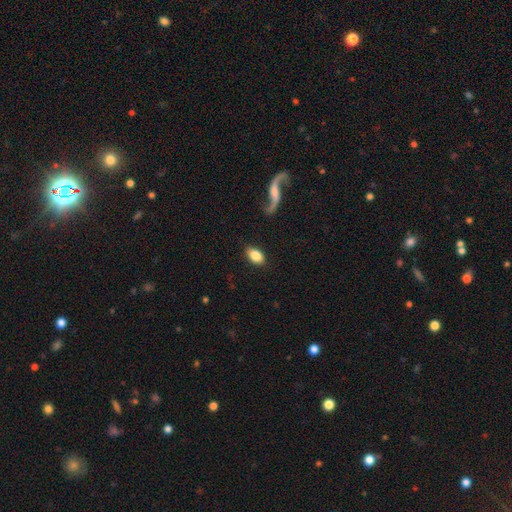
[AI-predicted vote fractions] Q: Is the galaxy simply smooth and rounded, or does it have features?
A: smooth — 80%.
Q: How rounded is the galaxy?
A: in between — 90%.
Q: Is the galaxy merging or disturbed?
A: none — 84%.